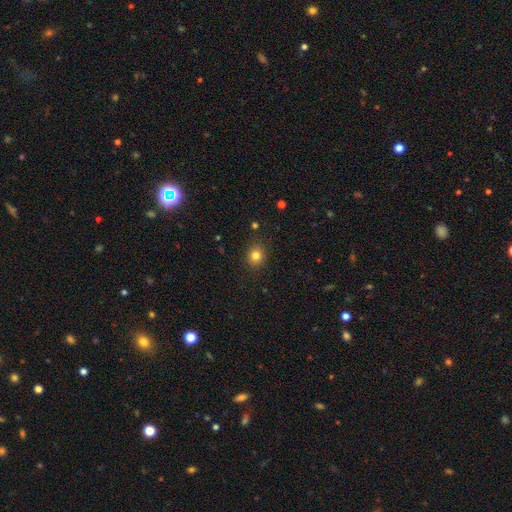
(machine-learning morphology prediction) Smooth or featured: smooth — 81% (star or artifact — 13%)
How rounded: round — 76% (in between — 23%)
Merging: none — 88% (minor disturbance — 8%)